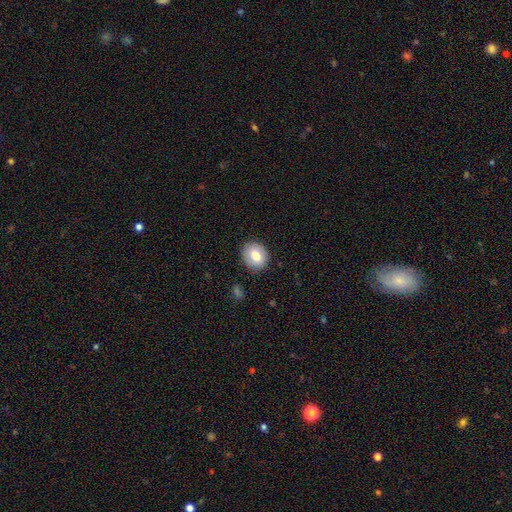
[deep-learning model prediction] smooth 76%, featured or disk 16%, star or artifact 8%. Down the decision tree: how rounded — round (65%); merging — none (87%).